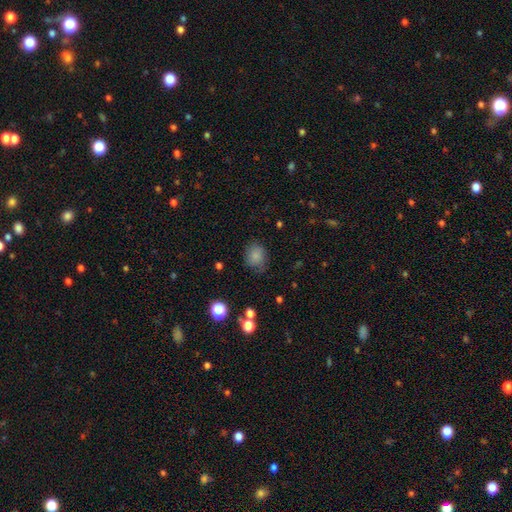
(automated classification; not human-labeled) This is clearly a smooth galaxy (83%). How rounded: likely round (62%). Merging: likely none (73%).